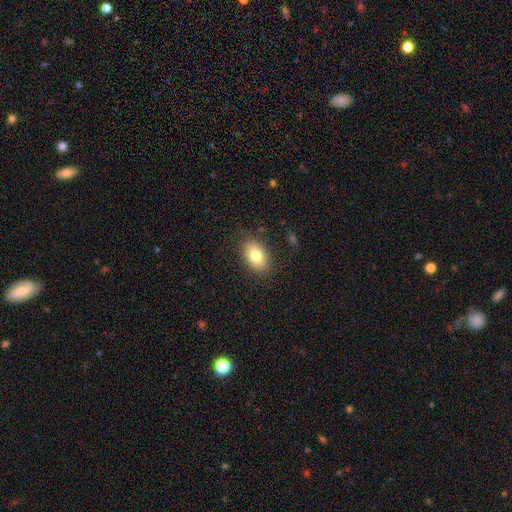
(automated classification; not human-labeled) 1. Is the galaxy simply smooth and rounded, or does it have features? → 80% smooth, 12% featured or disk, 8% star or artifact.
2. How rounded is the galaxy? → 85% in between, 14% round, 1% cigar-shaped.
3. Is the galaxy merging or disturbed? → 83% none, 12% minor disturbance, 4% major disturbance, 1% merger.